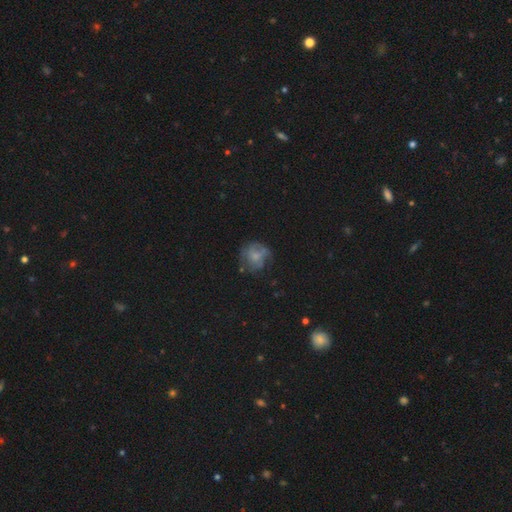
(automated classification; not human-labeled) Smooth or featured?
  - smooth: 47% *
  - featured or disk: 43%
  - star or artifact: 11%
Merging?
  - none: 57% *
  - minor disturbance: 24%
  - major disturbance: 17%
  - merger: 3%